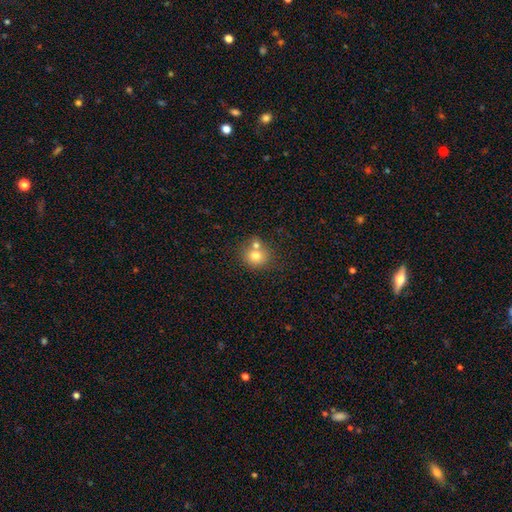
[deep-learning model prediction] This appears to be a smooth galaxy with no disk features (76%) that is round (82%). Merging: none (49%).